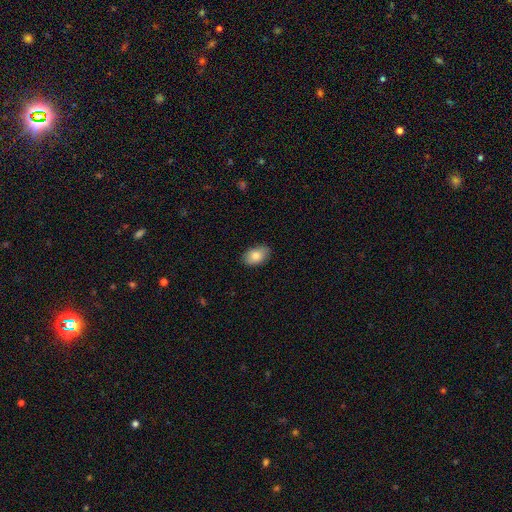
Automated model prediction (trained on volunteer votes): smooth-or-featured: smooth: 83% | featured or disk: 10% | star or artifact: 7%
  how-rounded: in between: 90% | round: 9% | cigar-shaped: 1%
  merging: none: 85% | minor disturbance: 11% | major disturbance: 2% | merger: 1%